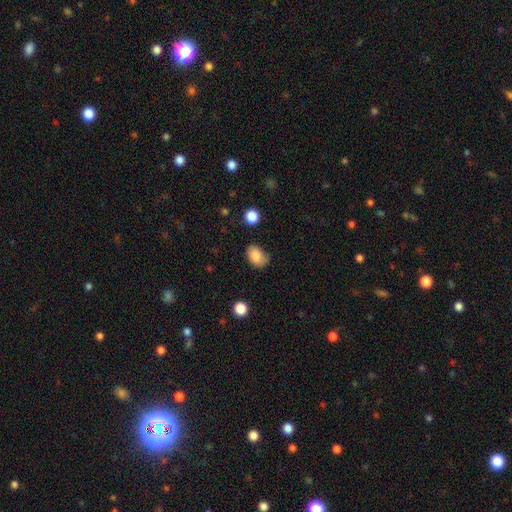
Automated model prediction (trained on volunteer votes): Q: Smooth or featured?
A: smooth (84%); runner-up: star or artifact (9%)
Q: How rounded?
A: in between (77%); runner-up: round (22%)
Q: Merging?
A: none (63%); runner-up: minor disturbance (28%)